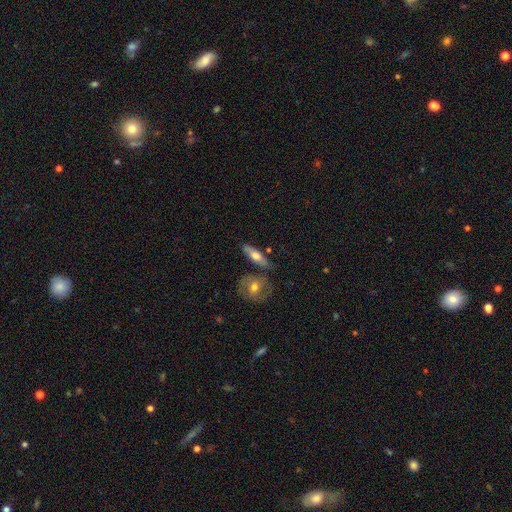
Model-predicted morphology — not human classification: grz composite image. It shows a smooth galaxy with no disk features (54%) that is cigar-shaped (49%). Merging: none (70%).